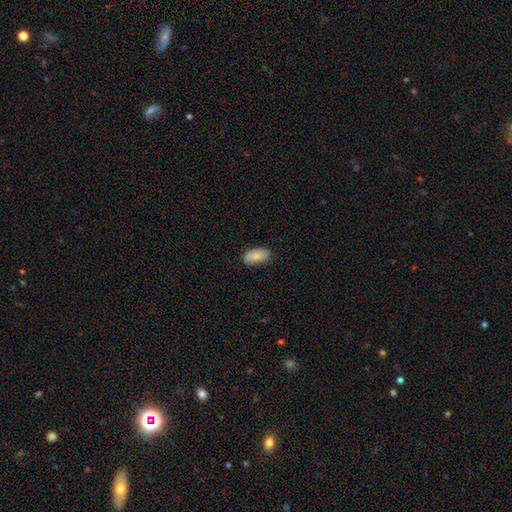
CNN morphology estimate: A smooth galaxy with no disk features (86%) that is in between round and cigar-shaped (92%). Merging: none (82%).